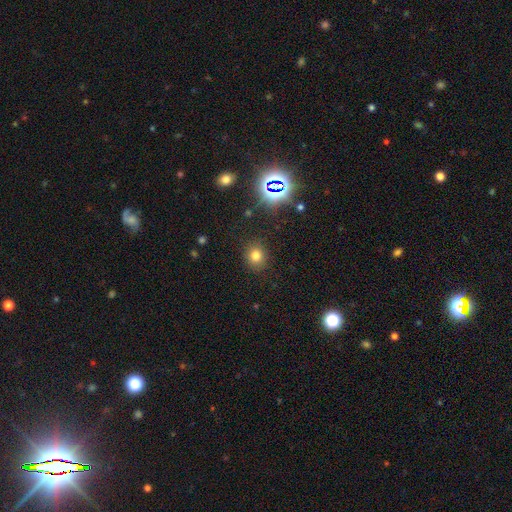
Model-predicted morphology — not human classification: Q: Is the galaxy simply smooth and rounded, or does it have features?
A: smooth — 74%.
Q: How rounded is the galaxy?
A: round — 81%.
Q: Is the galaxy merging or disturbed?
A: none — 88%.